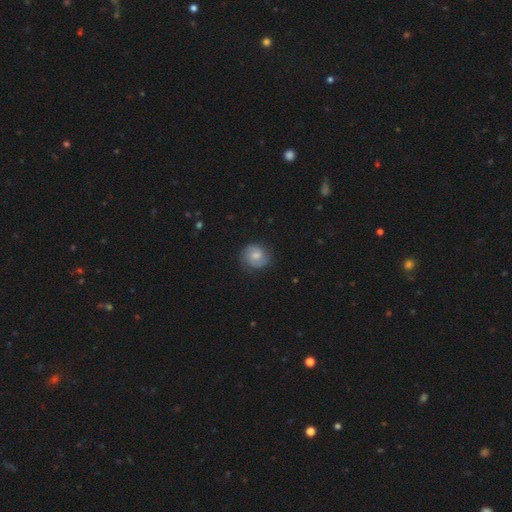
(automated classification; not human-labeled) A smooth galaxy with no disk features (51%) that is round (82%). Merging: none (79%).